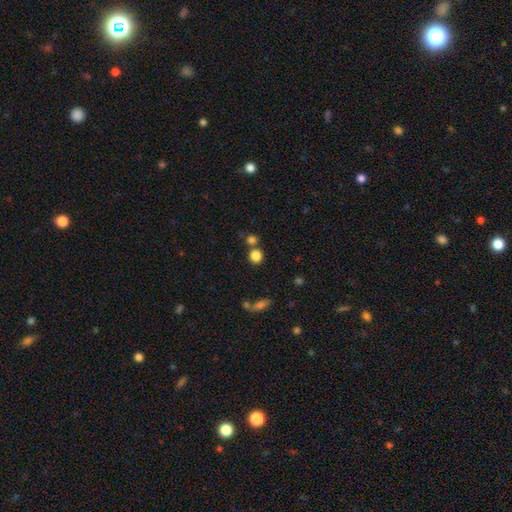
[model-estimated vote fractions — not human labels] Smooth or featured: smooth — 83% (star or artifact — 12%)
How rounded: round — 88% (in between — 11%)
Merging: none — 66% (merger — 23%)